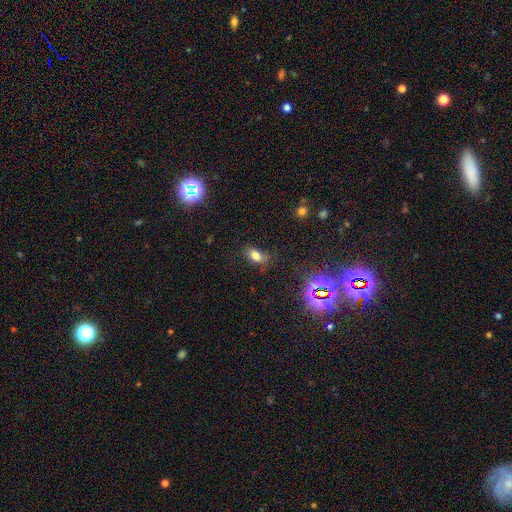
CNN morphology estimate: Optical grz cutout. It shows a smooth galaxy with no disk features (72%) that is in between round and cigar-shaped (85%). Merging: none (67%).